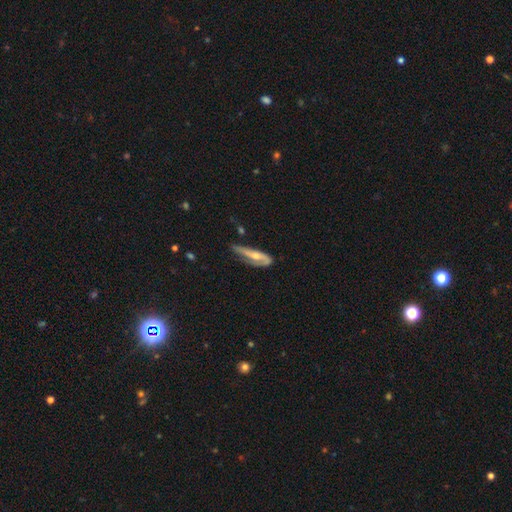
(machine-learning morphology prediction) This appears to be a featured or disk galaxy (65%). Merging: none (39%).